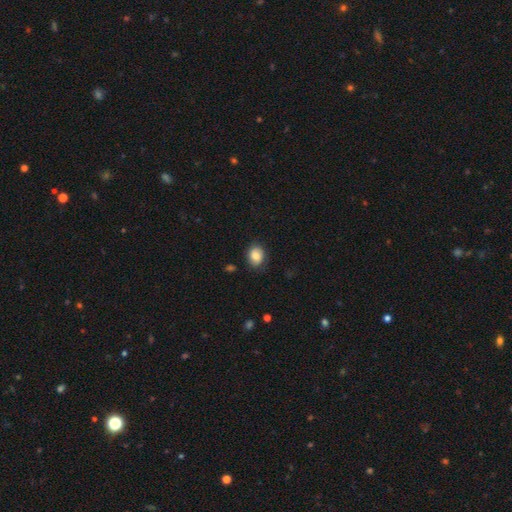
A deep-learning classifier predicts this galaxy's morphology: This is clearly a smooth galaxy (82%). How rounded: possibly in between (54%). Merging: likely none (79%).